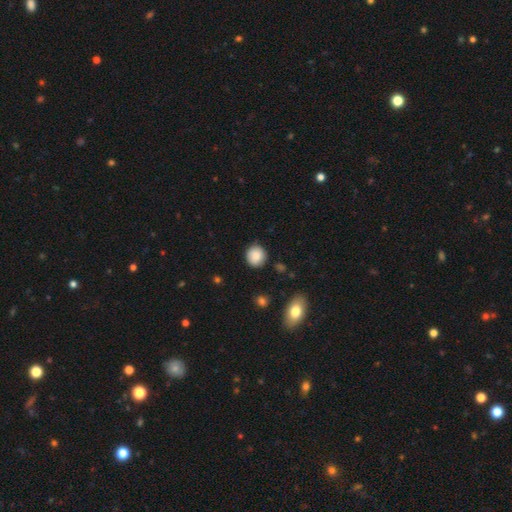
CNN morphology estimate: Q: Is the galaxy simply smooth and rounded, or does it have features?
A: smooth — 86%.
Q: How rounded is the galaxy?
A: round — 87%.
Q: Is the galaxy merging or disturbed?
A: none — 87%.